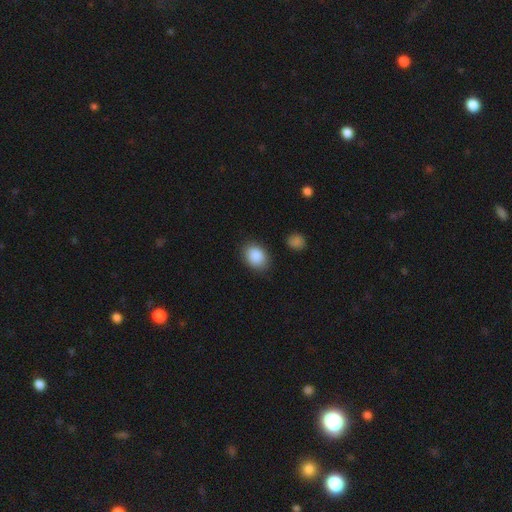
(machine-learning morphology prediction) Q: Smooth or featured?
A: smooth (89%); runner-up: star or artifact (7%)
Q: How rounded?
A: in between (68%); runner-up: round (31%)
Q: Merging?
A: none (84%); runner-up: minor disturbance (11%)